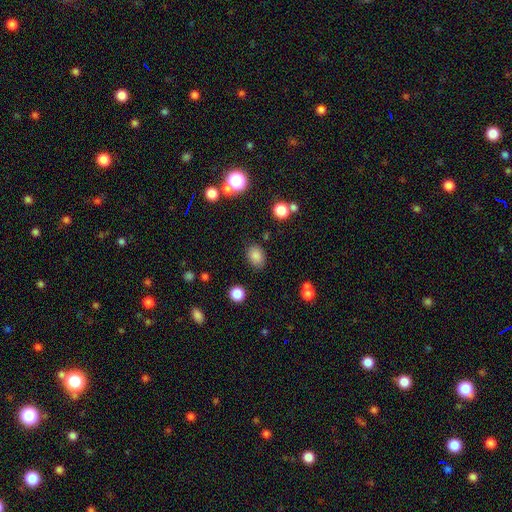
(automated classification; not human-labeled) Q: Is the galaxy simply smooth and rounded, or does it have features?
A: smooth — 84%.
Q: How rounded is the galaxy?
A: in between — 69%.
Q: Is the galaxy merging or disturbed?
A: none — 80%.